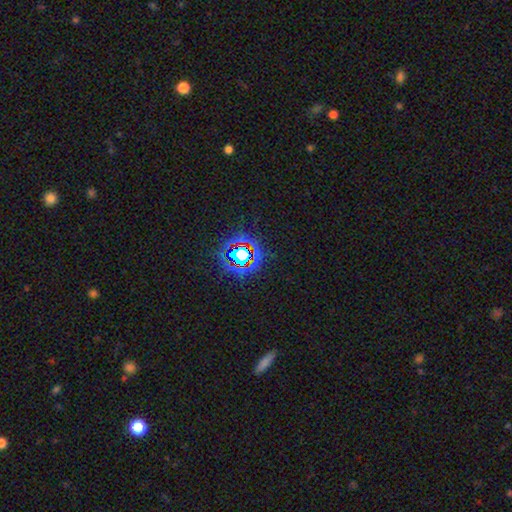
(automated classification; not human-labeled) Overall: star or artifact (80%).